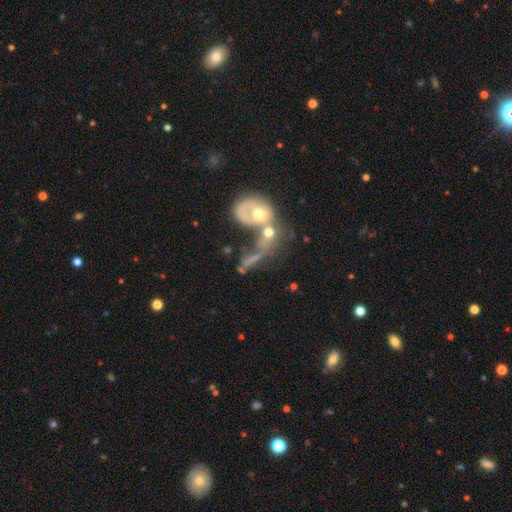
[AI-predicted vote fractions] A featured or disk galaxy (53%). Merging: merger (61%).